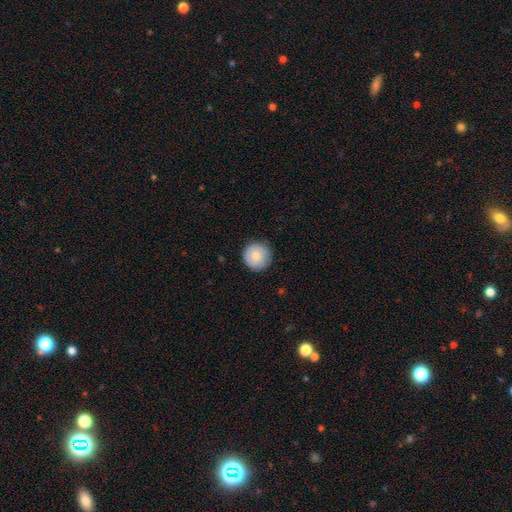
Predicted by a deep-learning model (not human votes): smooth 77%, featured or disk 17%, star or artifact 7%. Down the decision tree: how rounded — round (96%); merging — none (88%).